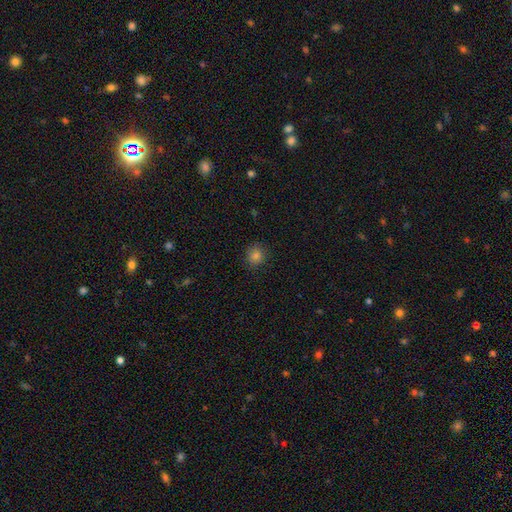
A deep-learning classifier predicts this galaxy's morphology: This appears to be a smooth galaxy with no disk features (80%) that is round (87%). Merging: none (88%).